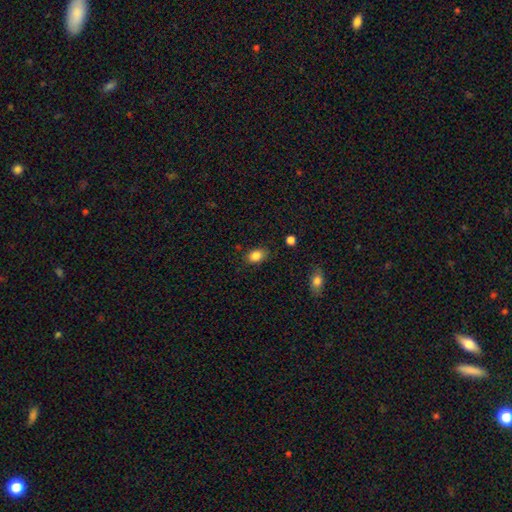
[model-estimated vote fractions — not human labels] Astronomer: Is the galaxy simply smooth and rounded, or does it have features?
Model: smooth — 86%.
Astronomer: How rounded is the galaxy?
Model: in between — 78%.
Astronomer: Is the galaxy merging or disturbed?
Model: none — 80%.